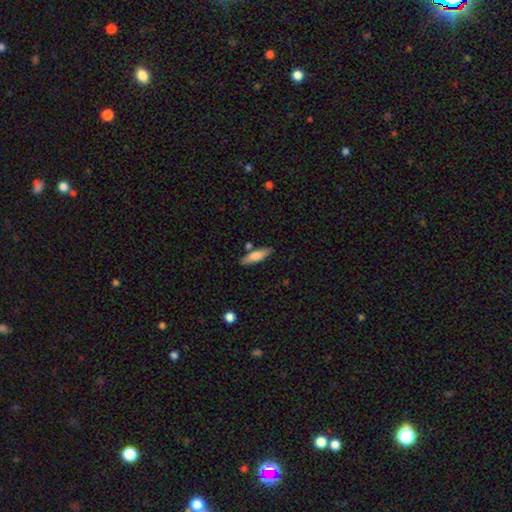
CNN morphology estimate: A smooth galaxy with no disk features (73%) that is cigar-shaped (64%).

Vote fractions:
- Smooth or featured? smooth: 73% / featured or disk: 21% / star or artifact: 6%
- How rounded? cigar-shaped: 64% / in between: 35% / round: 2%
- Merging? none: 78% / minor disturbance: 12% / merger: 7% / major disturbance: 3%